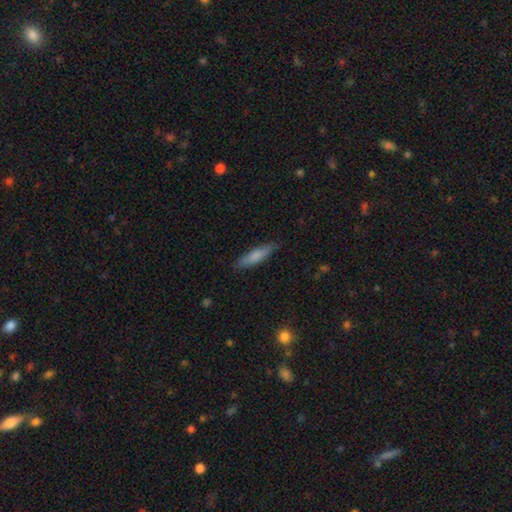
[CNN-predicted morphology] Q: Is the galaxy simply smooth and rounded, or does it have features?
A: smooth — 78%.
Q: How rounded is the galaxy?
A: cigar-shaped — 73%.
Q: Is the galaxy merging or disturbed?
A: none — 83%.